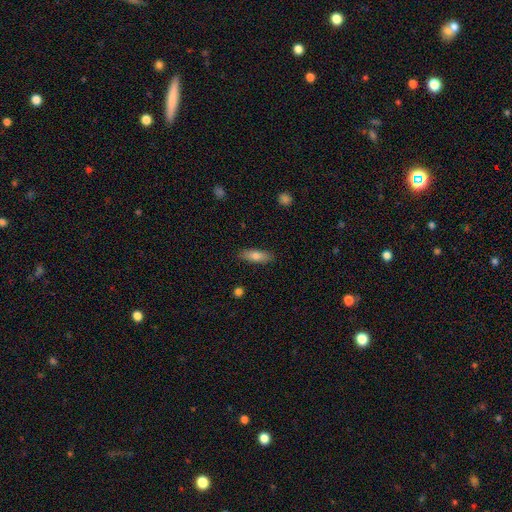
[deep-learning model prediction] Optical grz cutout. It shows a smooth galaxy with no disk features (75%) that is in between round and cigar-shaped (55%). Merging: none (88%).